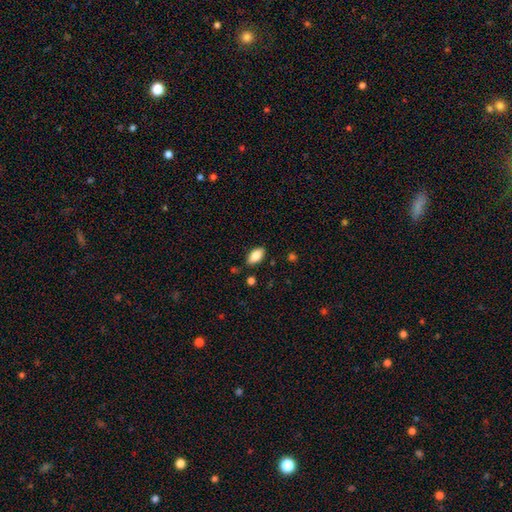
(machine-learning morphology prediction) This is clearly a smooth galaxy (84%). How rounded: clearly in between (92%). Merging: clearly none (84%).